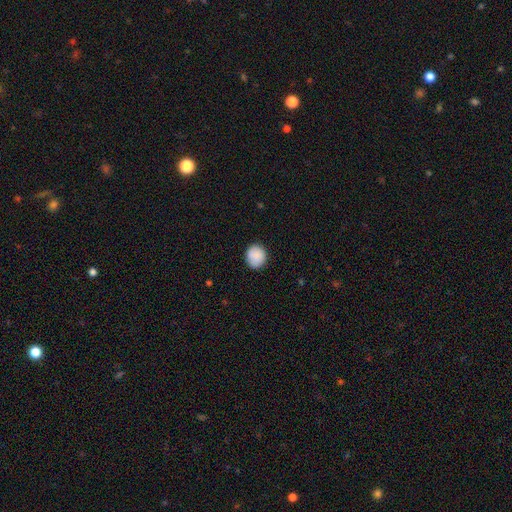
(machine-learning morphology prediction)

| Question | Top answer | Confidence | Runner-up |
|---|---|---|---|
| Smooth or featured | smooth | 89% | star or artifact (7%) |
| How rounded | round | 86% | in between (13%) |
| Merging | none | 88% | minor disturbance (9%) |